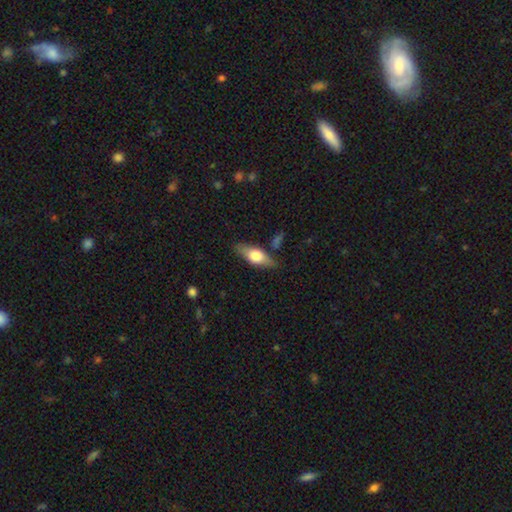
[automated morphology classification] Smooth or featured: smooth — 55% (featured or disk — 39%)
How rounded: in between — 68% (cigar-shaped — 28%)
Merging: none — 79% (minor disturbance — 14%)